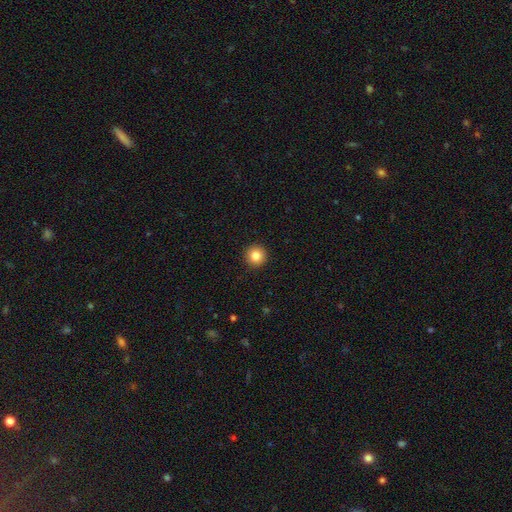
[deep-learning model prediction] Smooth or featured? Predicted: smooth (p=0.85). How rounded? Predicted: round (p=0.96). Merging? Predicted: none (p=0.93).